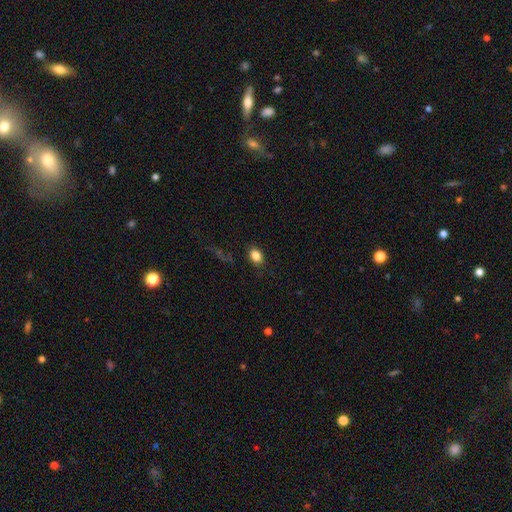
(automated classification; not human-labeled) This appears to be a smooth galaxy with no disk features (84%) that is in between round and cigar-shaped (68%). Merging: none (84%).